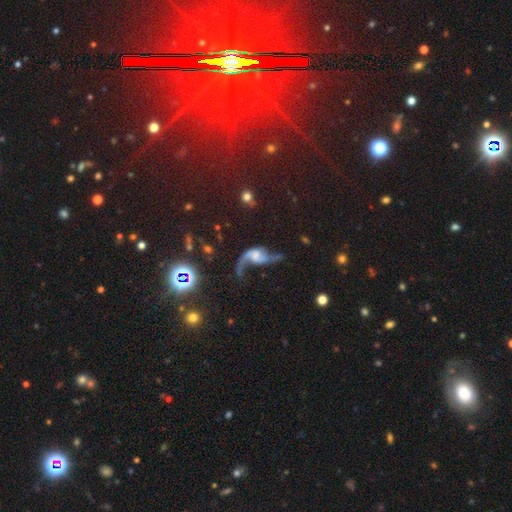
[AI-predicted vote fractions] A featured or disk galaxy (78%) with no bar (59%), 2 (81%) loose (88%) spiral arms (90%) and a small central bulge (32%). Merging: major disturbance (36%).